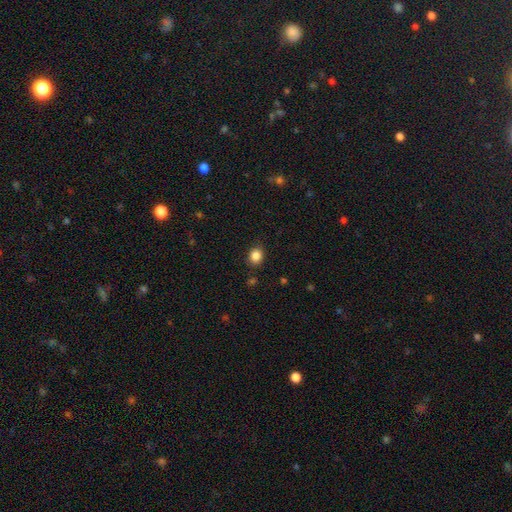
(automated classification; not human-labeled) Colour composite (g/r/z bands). It shows a smooth galaxy with no disk features (86%) that is round (60%). Merging: none (86%).